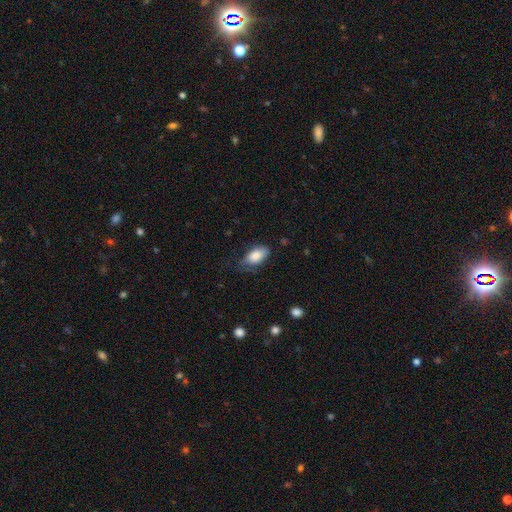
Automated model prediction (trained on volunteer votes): smooth_or_featured: smooth (p=0.83) [alt: featured or disk p=0.10]
how_rounded: in between (p=0.92) [alt: cigar-shaped p=0.04]
merging: none (p=0.58) [alt: minor disturbance p=0.31]